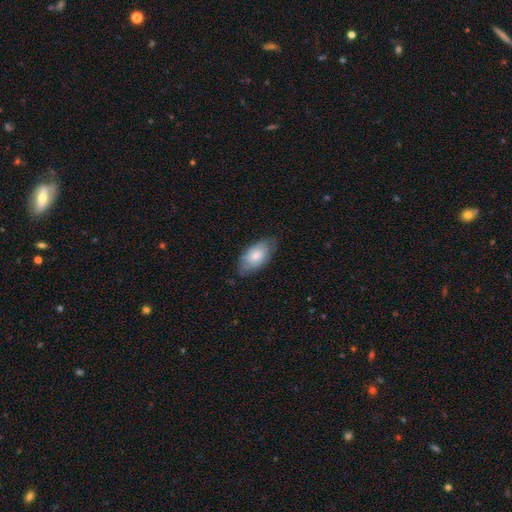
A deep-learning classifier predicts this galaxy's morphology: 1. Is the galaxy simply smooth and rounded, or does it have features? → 68% smooth, 26% featured or disk, 6% star or artifact.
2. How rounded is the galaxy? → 93% in between, 4% round, 3% cigar-shaped.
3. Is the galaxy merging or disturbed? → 68% none, 25% minor disturbance, 5% major disturbance, 1% merger.